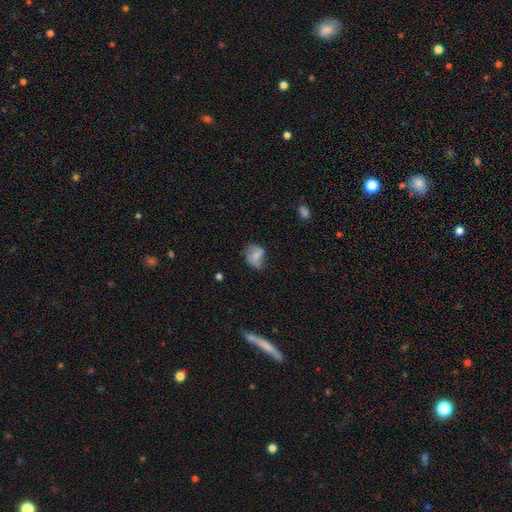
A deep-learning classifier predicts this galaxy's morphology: A smooth galaxy with no disk features (64%) that is round (50%).

Vote fractions:
- Smooth or featured? smooth: 64% / featured or disk: 27% / star or artifact: 9%
- How rounded? round: 50% / in between: 49% / cigar-shaped: 1%
- Merging? none: 50% / minor disturbance: 34% / major disturbance: 14% / merger: 2%